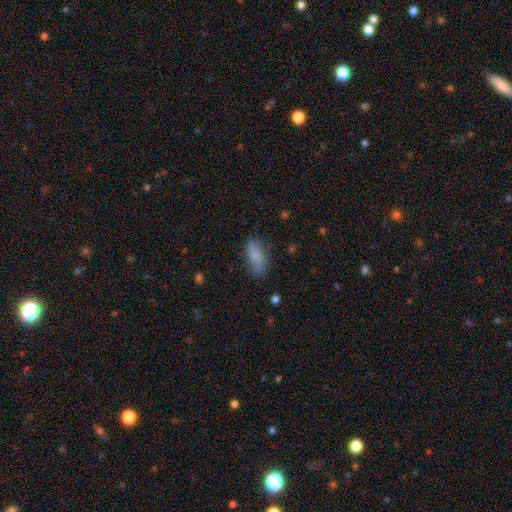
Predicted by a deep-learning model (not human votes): Smooth or featured?
  - smooth: 80% *
  - featured or disk: 12%
  - star or artifact: 8%
How rounded?
  - in between: 76% *
  - cigar-shaped: 20%
  - round: 3%
Merging?
  - none: 69% *
  - minor disturbance: 23%
  - major disturbance: 7%
  - merger: 2%